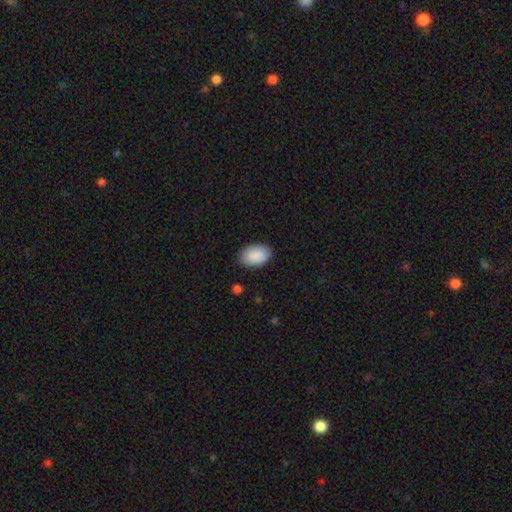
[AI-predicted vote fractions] Smooth or featured?
  - smooth: 91% *
  - star or artifact: 6%
  - featured or disk: 4%
How rounded?
  - in between: 91% *
  - round: 8%
  - cigar-shaped: 1%
Merging?
  - none: 86% *
  - minor disturbance: 11%
  - major disturbance: 2%
  - merger: 1%